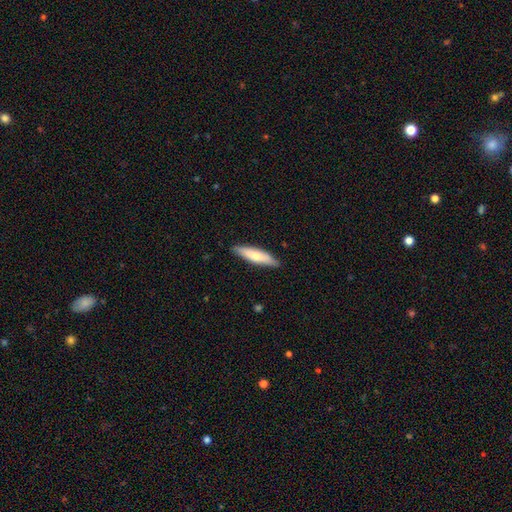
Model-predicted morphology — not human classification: smooth 70%, featured or disk 25%, star or artifact 5%. Down the decision tree: how rounded — cigar-shaped (75%); merging — none (87%).